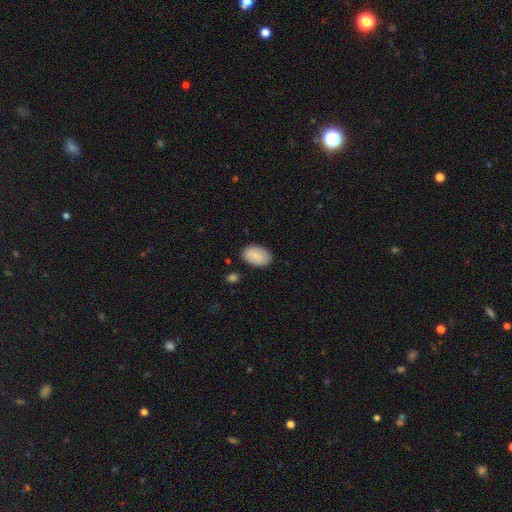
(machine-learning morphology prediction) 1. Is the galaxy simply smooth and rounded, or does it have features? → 86% smooth, 8% featured or disk, 6% star or artifact.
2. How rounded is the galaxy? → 91% in between, 8% round, 1% cigar-shaped.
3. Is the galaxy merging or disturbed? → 86% none, 10% minor disturbance, 2% major disturbance, 2% merger.